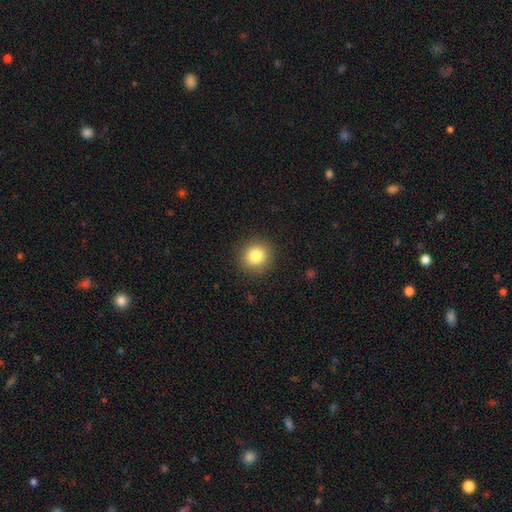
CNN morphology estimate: type=smooth (83%); roundness=round (92%); merging=none (90%).